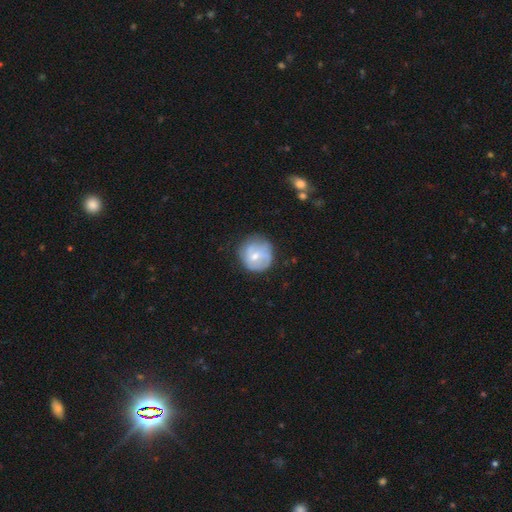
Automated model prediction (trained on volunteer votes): Q: Smooth or featured?
A: smooth (49%); runner-up: featured or disk (44%)
Q: Merging?
A: none (65%); runner-up: minor disturbance (23%)